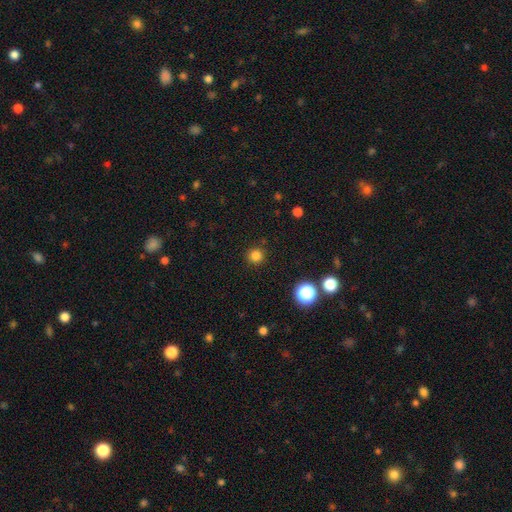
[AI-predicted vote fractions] The model was most divided on "smooth or featured": smooth: 81%, star or artifact: 15%, featured or disk: 4%. More confident: how rounded — round (95%); merging — none (91%).